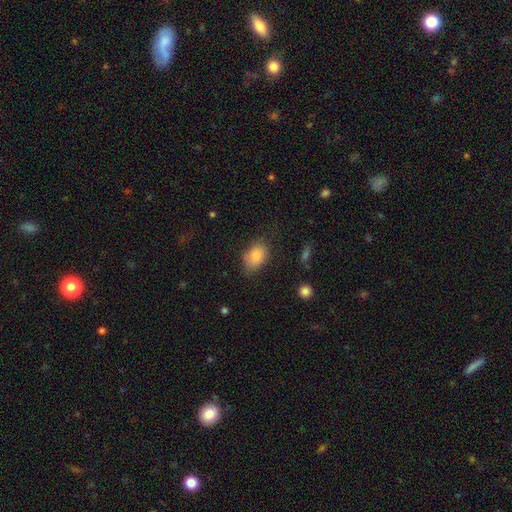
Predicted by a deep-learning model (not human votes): smooth_or_featured: smooth (p=0.84) [alt: star or artifact p=0.08]
how_rounded: in between (p=0.85) [alt: round p=0.13]
merging: none (p=0.69) [alt: minor disturbance p=0.23]